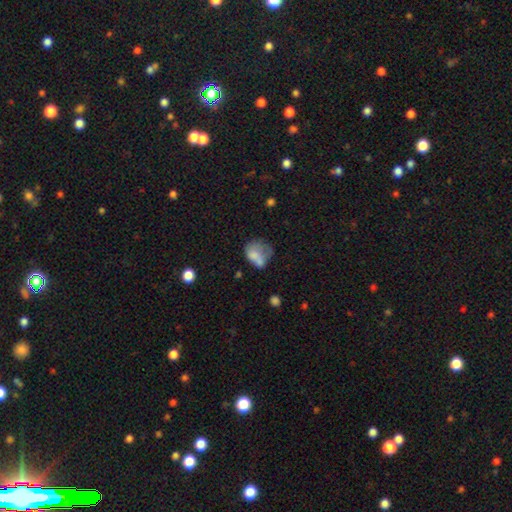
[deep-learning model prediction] Smooth or featured: smooth — 65% (featured or disk — 25%)
How rounded: in between — 58% (round — 40%)
Merging: major disturbance — 29% (none — 25%)